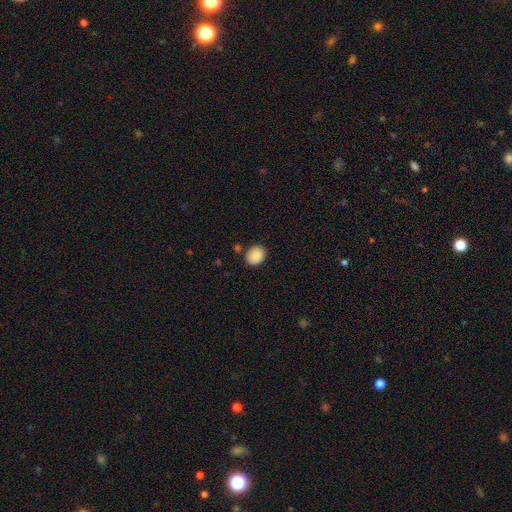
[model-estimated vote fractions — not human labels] smooth 89%, star or artifact 8%, featured or disk 3%. Down the decision tree: how rounded — round (55%); merging — none (84%).